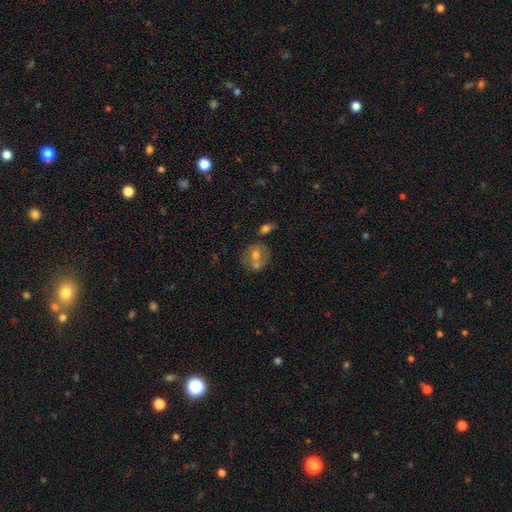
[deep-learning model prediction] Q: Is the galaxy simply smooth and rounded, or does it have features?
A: smooth — 48%.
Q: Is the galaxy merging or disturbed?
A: none — 54%.